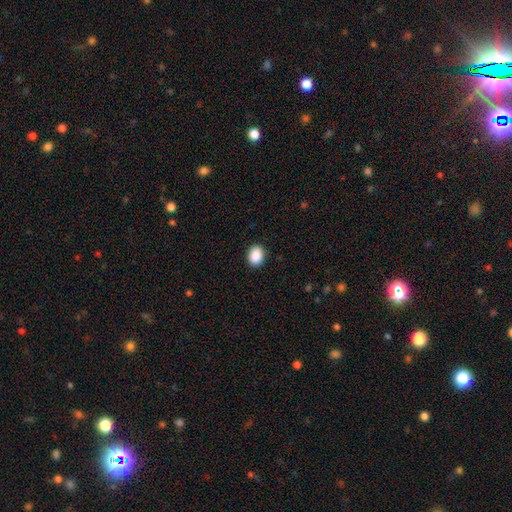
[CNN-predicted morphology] Smooth or featured?
  - smooth: 90% *
  - star or artifact: 8%
  - featured or disk: 3%
How rounded?
  - in between: 62% *
  - round: 37%
  - cigar-shaped: 1%
Merging?
  - none: 90% *
  - minor disturbance: 7%
  - major disturbance: 2%
  - merger: 1%